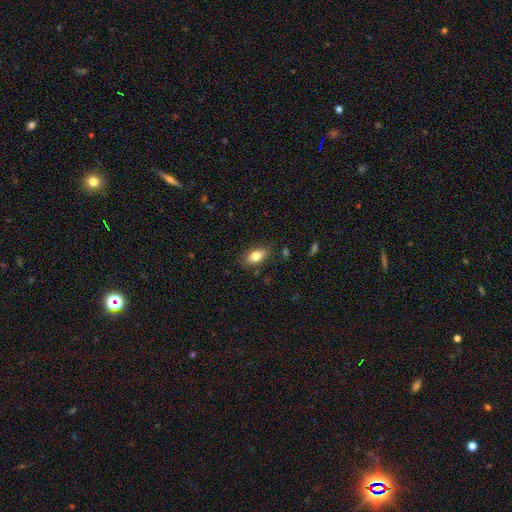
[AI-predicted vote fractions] smooth_or_featured: smooth (p=0.78) [alt: featured or disk p=0.14]
how_rounded: in between (p=0.85) [alt: round p=0.08]
merging: none (p=0.81) [alt: minor disturbance p=0.14]